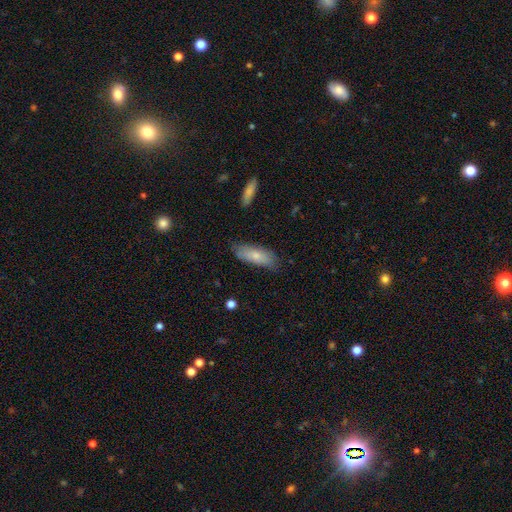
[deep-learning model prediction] This is likely a smooth galaxy (73%). How rounded: likely in between (64%). Merging: likely none (73%).